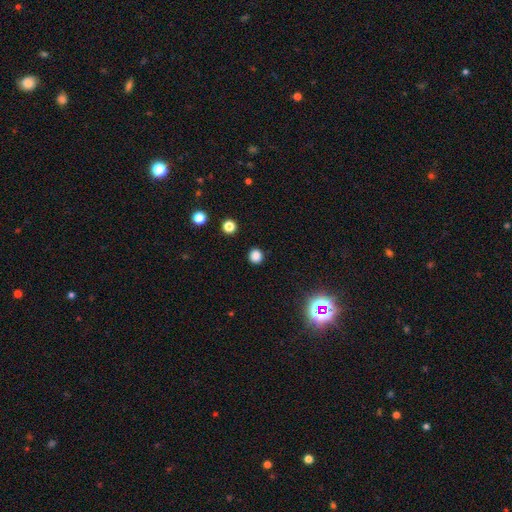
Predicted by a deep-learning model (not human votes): Smooth or featured?
  - smooth: 83% *
  - star or artifact: 14%
  - featured or disk: 3%
How rounded?
  - round: 90% *
  - in between: 9%
  - cigar-shaped: 1%
Merging?
  - none: 91% *
  - minor disturbance: 6%
  - major disturbance: 2%
  - merger: 1%